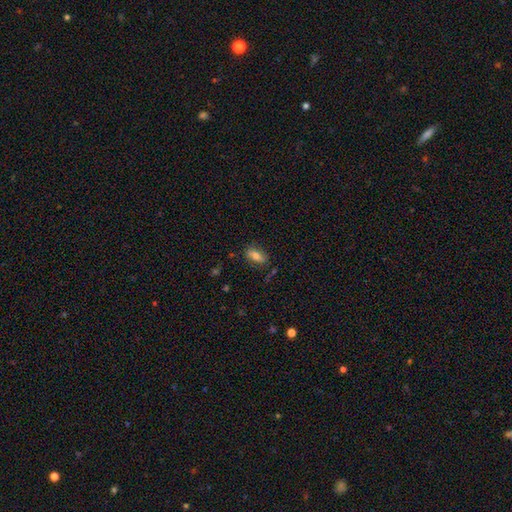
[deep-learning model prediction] Smooth or featured? Predicted: smooth (p=0.75). How rounded? Predicted: in between (p=0.86). Merging? Predicted: none (p=0.77).